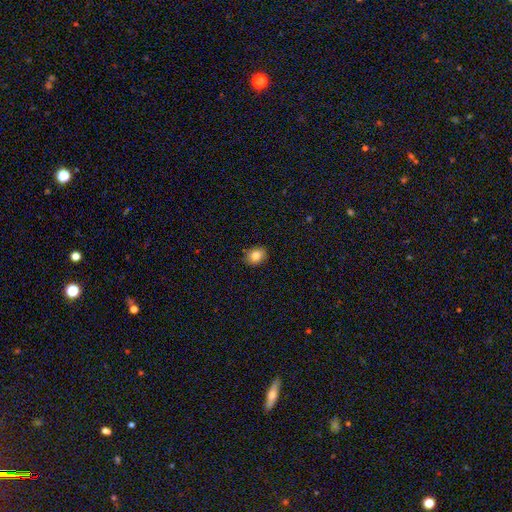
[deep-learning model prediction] Morphology: type=smooth (84%); roundness=round (53%); merging=none (86%).